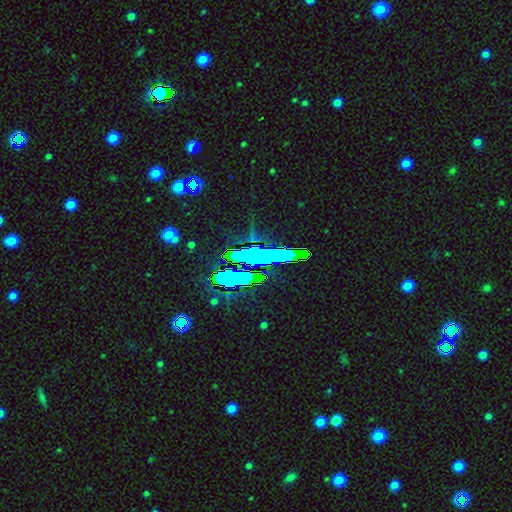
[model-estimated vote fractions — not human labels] This appears to be a star or artifact, not a galaxy (75%).